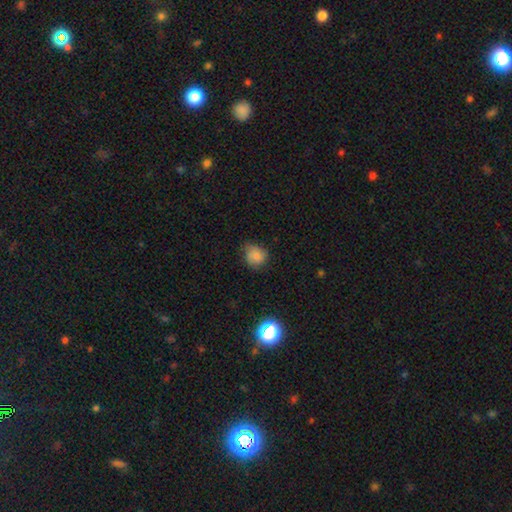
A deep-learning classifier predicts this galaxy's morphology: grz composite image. It shows a smooth galaxy with no disk features (80%) that is round (77%). Merging: none (64%).